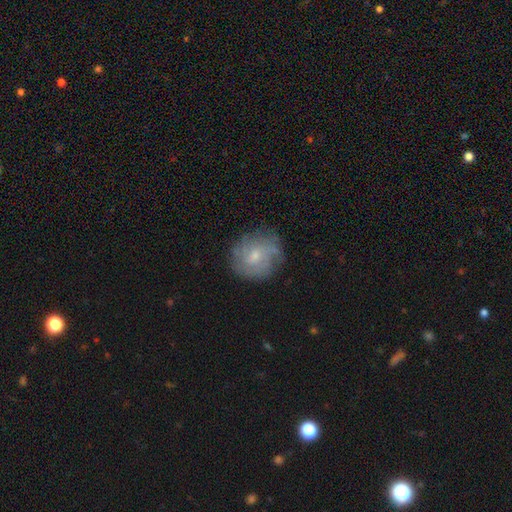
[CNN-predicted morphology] The model was most divided on "bulge size": small: 56%, moderate: 38%, none: 4%, large: 2%, dominant: 1%. More confident: edge-on disk — no (97%); spiral arms — yes (76%); merging — none (73%); bar — no (66%); smooth or featured — featured or disk (56%).